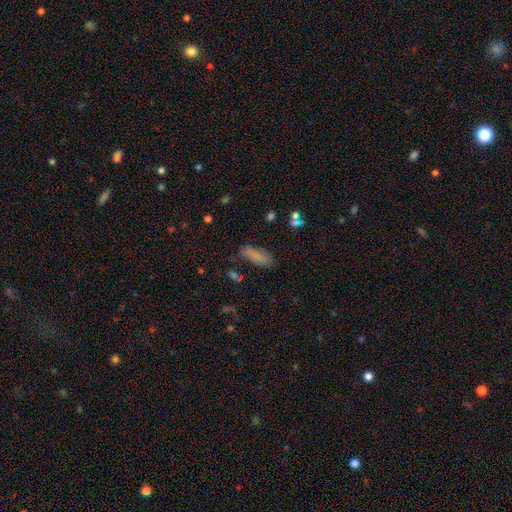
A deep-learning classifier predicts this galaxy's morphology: The model was most divided on "merging": none: 61%, minor disturbance: 25%, major disturbance: 9%, merger: 5%. More confident: smooth or featured — smooth (72%); how rounded — in between (71%).